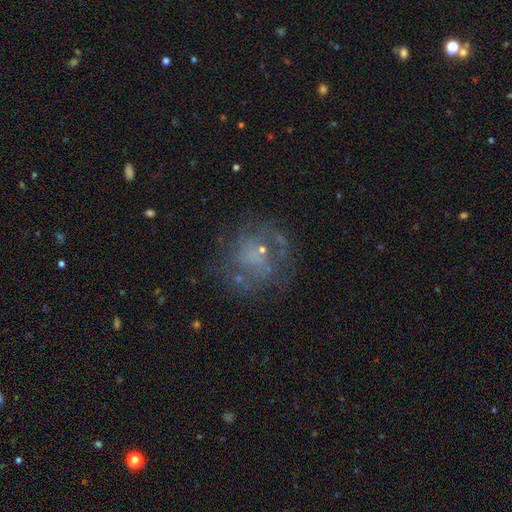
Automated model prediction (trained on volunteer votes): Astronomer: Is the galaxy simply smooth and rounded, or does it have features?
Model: featured or disk — 53% (runner-up: smooth, 29%).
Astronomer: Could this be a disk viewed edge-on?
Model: no — 98%.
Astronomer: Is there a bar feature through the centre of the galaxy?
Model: no — 78%.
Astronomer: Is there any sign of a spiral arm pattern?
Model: yes — 52% (runner-up: no, 48%).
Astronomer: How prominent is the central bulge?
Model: small — 55%.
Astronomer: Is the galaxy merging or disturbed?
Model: none — 63%.